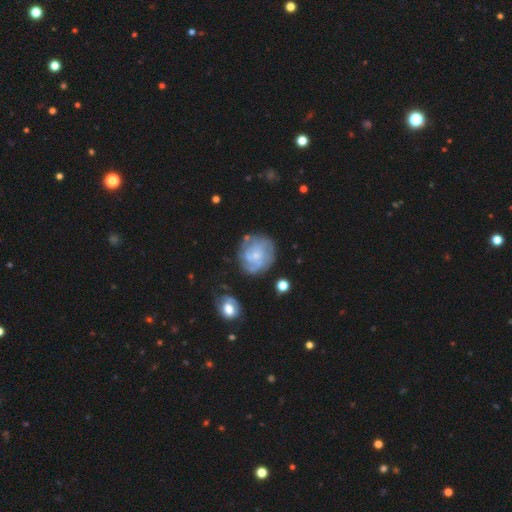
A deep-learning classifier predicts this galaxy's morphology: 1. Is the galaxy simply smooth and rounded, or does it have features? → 70% featured or disk, 23% smooth, 7% star or artifact.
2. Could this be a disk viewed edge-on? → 98% no, 2% yes.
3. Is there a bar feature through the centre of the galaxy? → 71% no, 26% weak, 3% strong.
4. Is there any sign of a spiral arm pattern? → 86% yes, 14% no.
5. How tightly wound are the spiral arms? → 51% tight, 35% medium, 14% loose.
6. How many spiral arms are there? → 41% can't tell, 20% 3, 16% 2, 11% 4, 5% more than 4, 5% 1.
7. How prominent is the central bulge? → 67% small, 22% moderate, 8% none, 2% large, 1% dominant.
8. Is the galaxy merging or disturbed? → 70% none, 18% minor disturbance, 8% major disturbance, 4% merger.